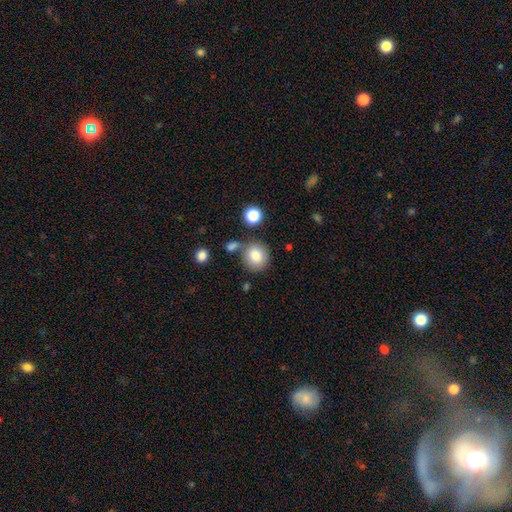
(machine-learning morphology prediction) Smooth or featured: smooth — 81% (star or artifact — 10%)
How rounded: round — 88% (in between — 11%)
Merging: none — 73% (merger — 12%)